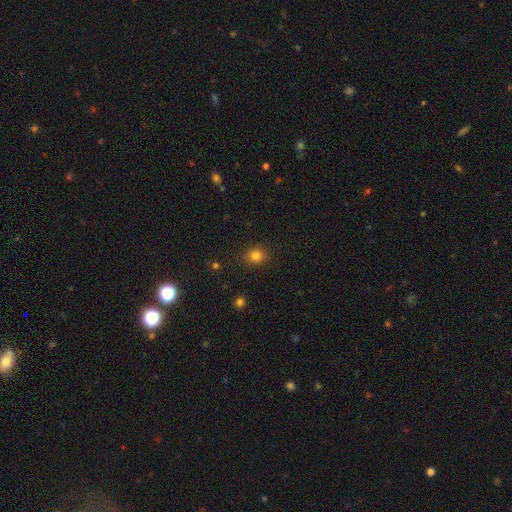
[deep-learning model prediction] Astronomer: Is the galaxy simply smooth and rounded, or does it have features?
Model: smooth — 81%.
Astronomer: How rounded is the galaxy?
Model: round — 75%.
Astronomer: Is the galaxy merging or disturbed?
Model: none — 89%.